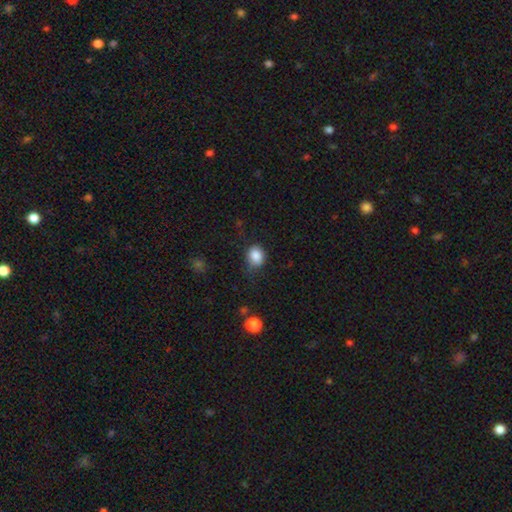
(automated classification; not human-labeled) smooth-or-featured: smooth: 85% | star or artifact: 9% | featured or disk: 5%
  how-rounded: round: 53% | in between: 46% | cigar-shaped: 1%
  merging: none: 63% | minor disturbance: 27% | major disturbance: 8% | merger: 2%